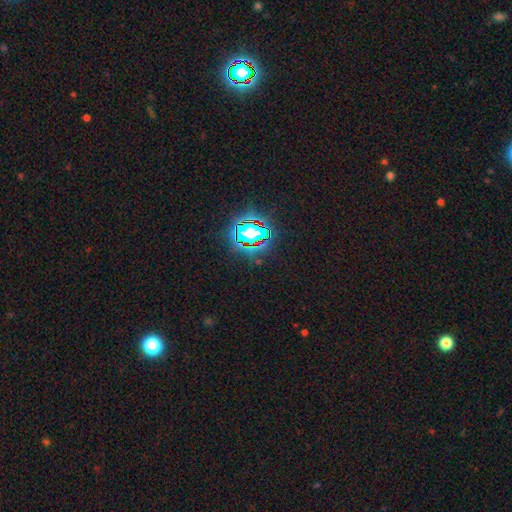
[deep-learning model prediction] A star or artifact, not a galaxy (81%).

Vote fractions:
- Smooth or featured? star or artifact: 81% / smooth: 12% / featured or disk: 7%